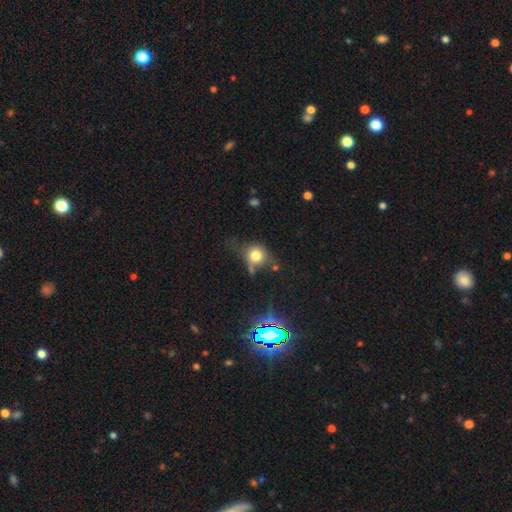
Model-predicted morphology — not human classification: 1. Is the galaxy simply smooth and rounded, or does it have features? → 71% smooth, 16% star or artifact, 13% featured or disk.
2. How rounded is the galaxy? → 75% round, 23% in between, 2% cigar-shaped.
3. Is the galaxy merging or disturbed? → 49% none, 27% minor disturbance, 15% major disturbance, 10% merger.